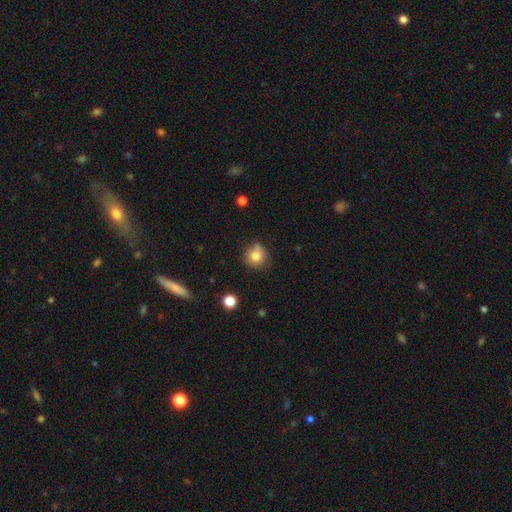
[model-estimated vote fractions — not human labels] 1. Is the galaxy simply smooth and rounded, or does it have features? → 80% smooth, 11% star or artifact, 9% featured or disk.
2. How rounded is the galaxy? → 88% round, 11% in between, 1% cigar-shaped.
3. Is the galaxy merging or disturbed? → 66% none, 21% minor disturbance, 8% merger, 5% major disturbance.